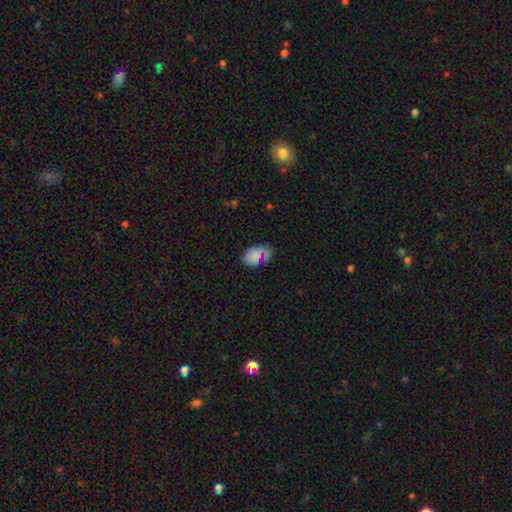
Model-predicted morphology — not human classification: The model was most divided on "merging": none: 59%, minor disturbance: 25%, major disturbance: 9%, merger: 7%. More confident: how rounded — in between (88%); smooth or featured — smooth (76%).